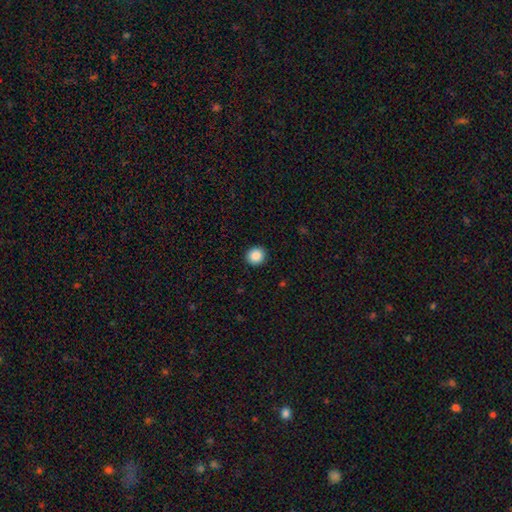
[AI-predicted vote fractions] This appears to be a smooth galaxy with no disk features (88%) that is round (90%). Merging: none (92%).